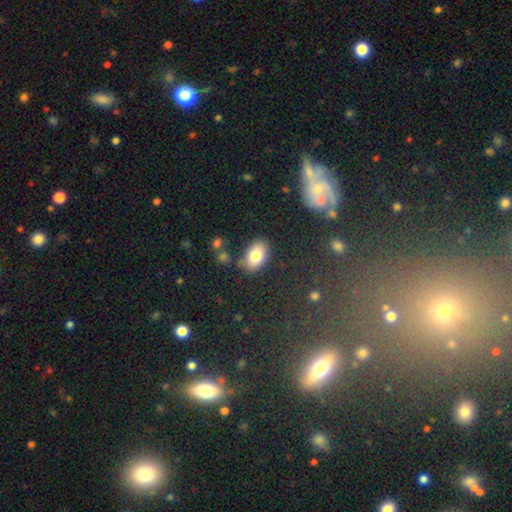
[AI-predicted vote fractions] Overall: smooth (80%). How rounded: in between (90%). Merging: none (74%).